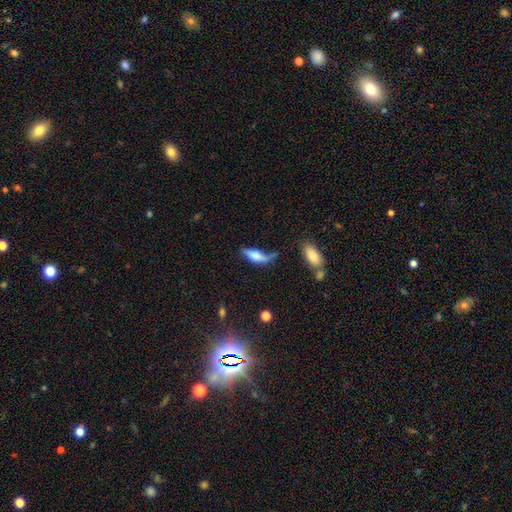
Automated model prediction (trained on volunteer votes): smooth-or-featured: smooth: 64% | featured or disk: 27% | star or artifact: 8%
  how-rounded: in between: 57% | cigar-shaped: 40% | round: 3%
  merging: none: 33% | minor disturbance: 30% | major disturbance: 24% | merger: 13%